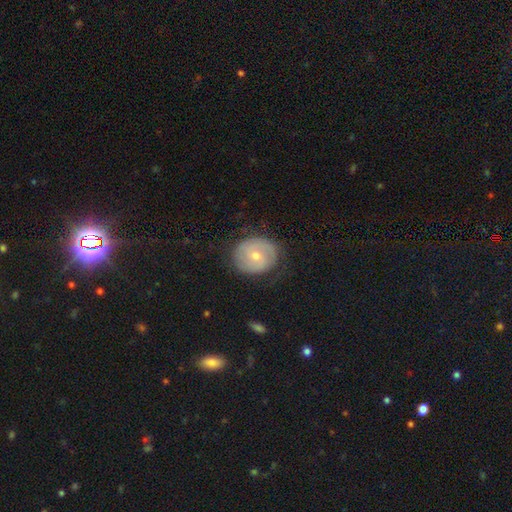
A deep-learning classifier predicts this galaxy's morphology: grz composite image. It shows a featured or disk galaxy (59%) with no bar (64%), spiral arms (72%) and a small central bulge (52%). Merging: none (74%).